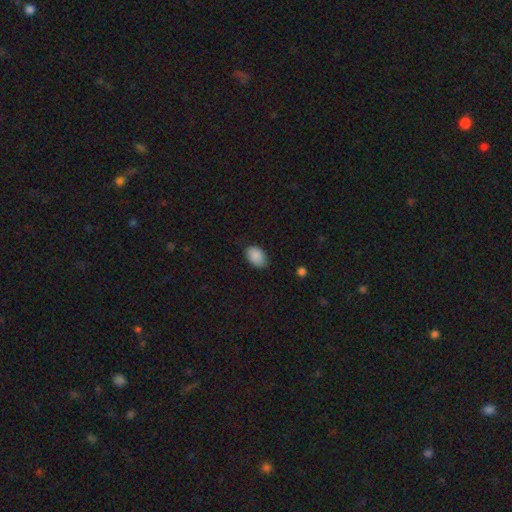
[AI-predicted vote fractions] Morphology: type=smooth (89%); roundness=in between (87%); merging=none (79%).